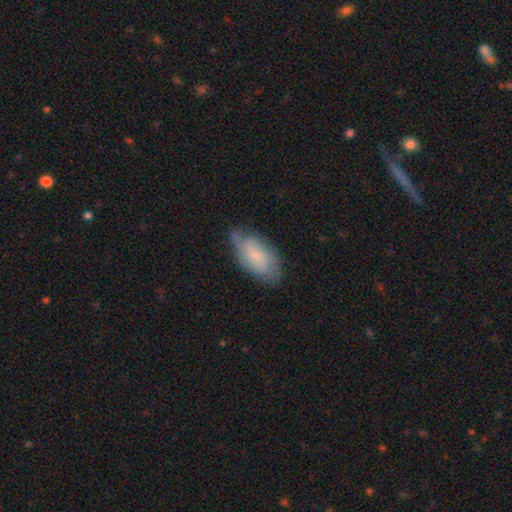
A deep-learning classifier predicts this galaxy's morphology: Smooth or featured?
  - smooth: 65% *
  - featured or disk: 28%
  - star or artifact: 7%
How rounded?
  - in between: 92% *
  - cigar-shaped: 5%
  - round: 3%
Merging?
  - none: 61% *
  - minor disturbance: 30%
  - major disturbance: 7%
  - merger: 2%